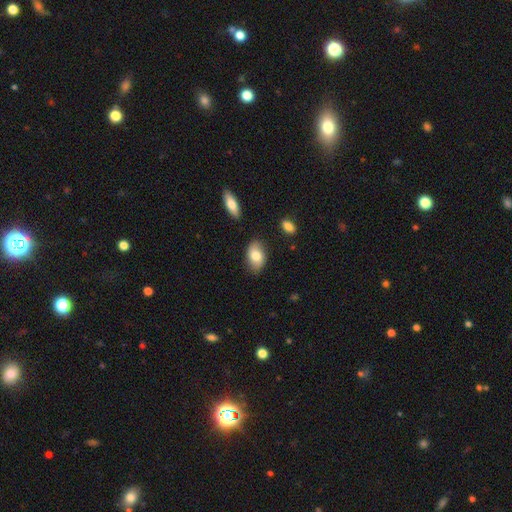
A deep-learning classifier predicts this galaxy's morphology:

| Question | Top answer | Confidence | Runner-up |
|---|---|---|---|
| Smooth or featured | smooth | 75% | featured or disk (18%) |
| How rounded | in between | 91% | round (8%) |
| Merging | none | 83% | minor disturbance (13%) |